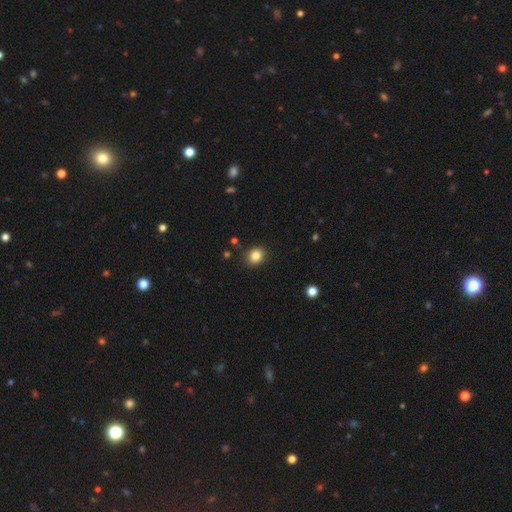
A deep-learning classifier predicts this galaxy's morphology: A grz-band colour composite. It shows a smooth galaxy with no disk features (85%) that is round (64%). Merging: none (88%).